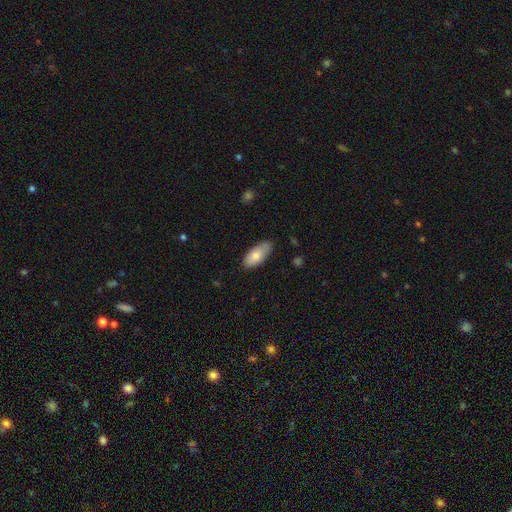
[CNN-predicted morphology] Q: Smooth or featured?
A: smooth (77%); runner-up: featured or disk (17%)
Q: How rounded?
A: in between (89%); runner-up: cigar-shaped (9%)
Q: Merging?
A: none (79%); runner-up: minor disturbance (17%)